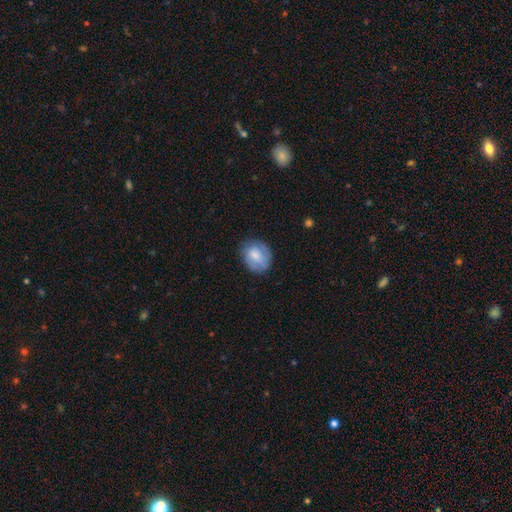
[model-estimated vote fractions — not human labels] smooth_or_featured: smooth (p=0.65) [alt: featured or disk p=0.28]
how_rounded: round (p=0.56) [alt: in between p=0.43]
merging: none (p=0.74) [alt: minor disturbance p=0.19]